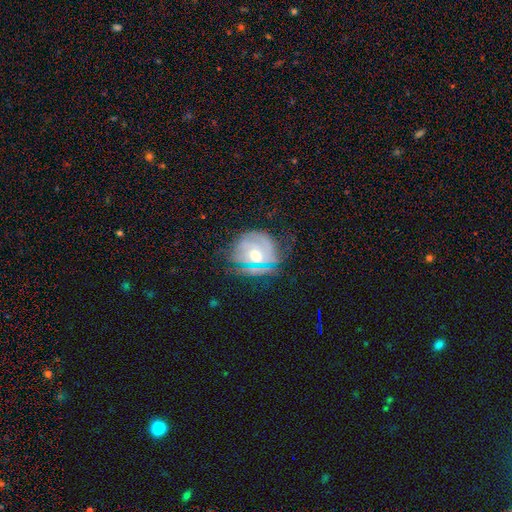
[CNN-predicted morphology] smooth_or_featured: featured or disk (p=0.65) [alt: smooth p=0.23]
disk_edge_on: no (p=0.95) [alt: yes p=0.05]
bar: no (p=0.69) [alt: weak p=0.22]
has_spiral_arms: yes (p=0.79) [alt: no p=0.21]
bulge_size: moderate (p=0.67) [alt: small p=0.27]
merging: none (p=0.62) [alt: minor disturbance p=0.23]